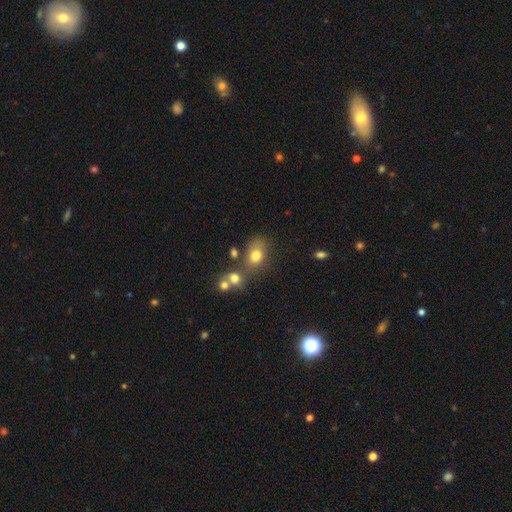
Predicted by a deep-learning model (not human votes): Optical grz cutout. It shows a smooth galaxy with no disk features (77%) that is in between round and cigar-shaped (66%). Merging: none (47%).